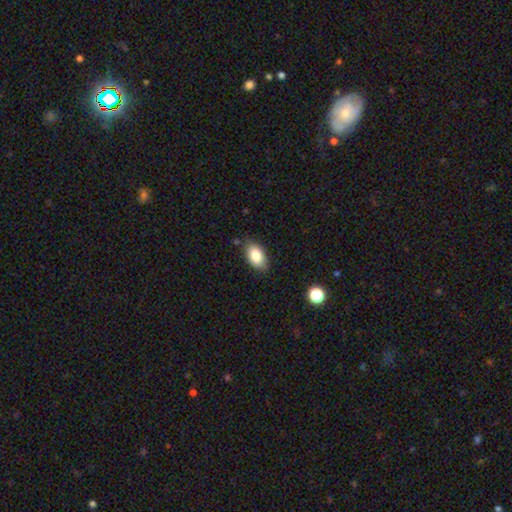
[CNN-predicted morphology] smooth-or-featured: smooth: 84% | featured or disk: 8% | star or artifact: 7%
  how-rounded: in between: 92% | round: 6% | cigar-shaped: 2%
  merging: none: 81% | minor disturbance: 14% | major disturbance: 3% | merger: 2%